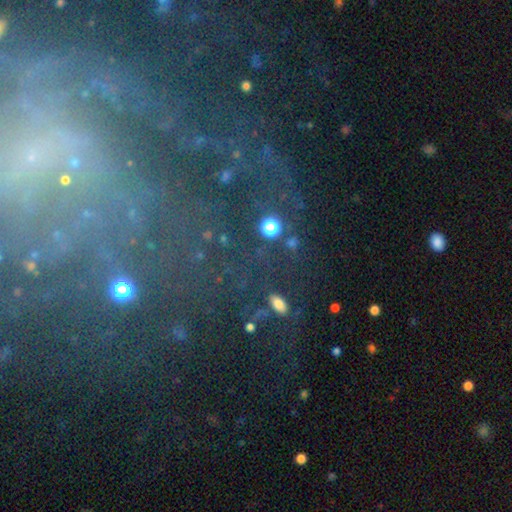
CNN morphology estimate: The model was most divided on "smooth or featured": star or artifact: 52%, featured or disk: 28%, smooth: 21%.